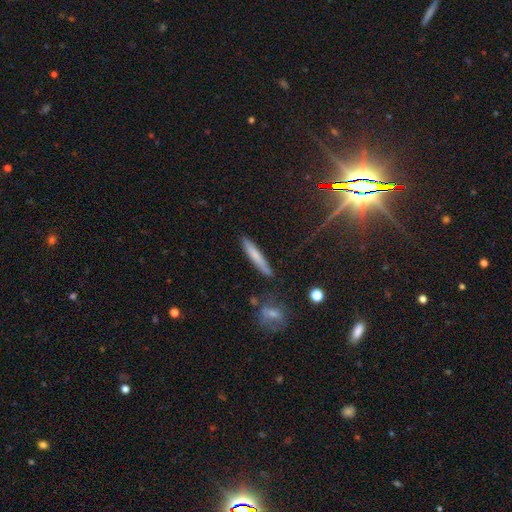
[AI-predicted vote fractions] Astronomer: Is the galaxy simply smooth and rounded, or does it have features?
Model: smooth — 69%.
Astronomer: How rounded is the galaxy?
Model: cigar-shaped — 94%.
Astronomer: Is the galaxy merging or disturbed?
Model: none — 85%.